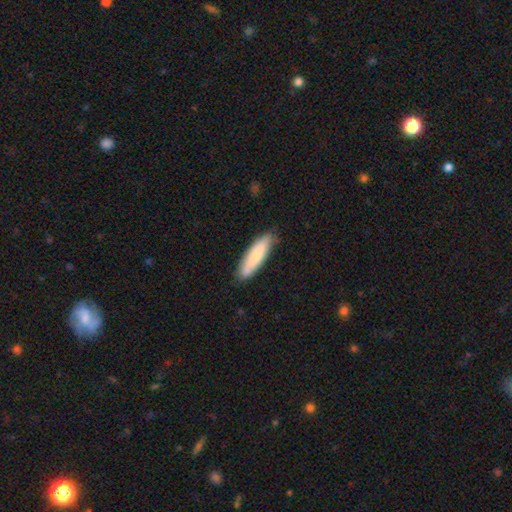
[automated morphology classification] Q: Smooth or featured?
A: smooth (78%); runner-up: featured or disk (17%)
Q: How rounded?
A: cigar-shaped (68%); runner-up: in between (31%)
Q: Merging?
A: none (82%); runner-up: minor disturbance (14%)